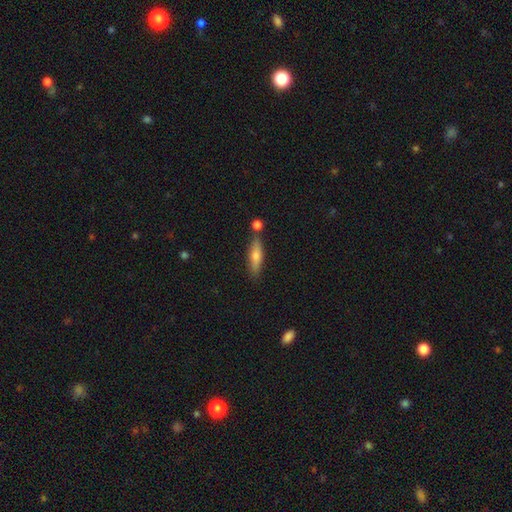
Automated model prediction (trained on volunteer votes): smooth_or_featured: smooth (p=0.62) [alt: featured or disk p=0.32]
how_rounded: cigar-shaped (p=0.70) [alt: in between p=0.28]
merging: none (p=0.75) [alt: minor disturbance p=0.12]